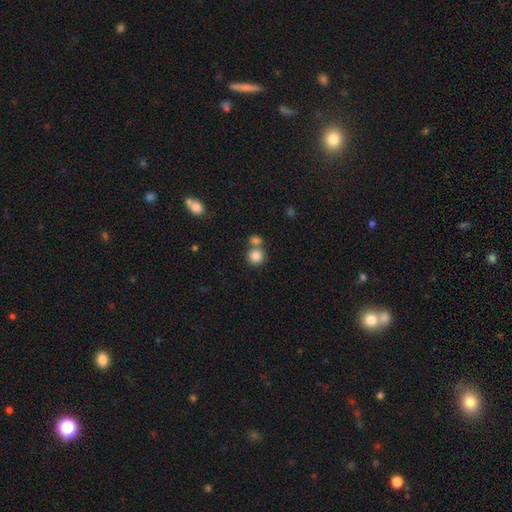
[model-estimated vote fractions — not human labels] This appears to be a smooth galaxy with no disk features (84%) that is round (89%). Merging: none (55%).